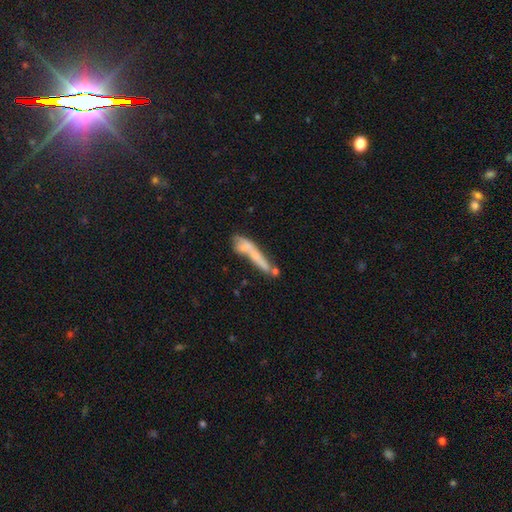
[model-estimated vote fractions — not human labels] Morphology: type=smooth (49%); merging=merger (37%).